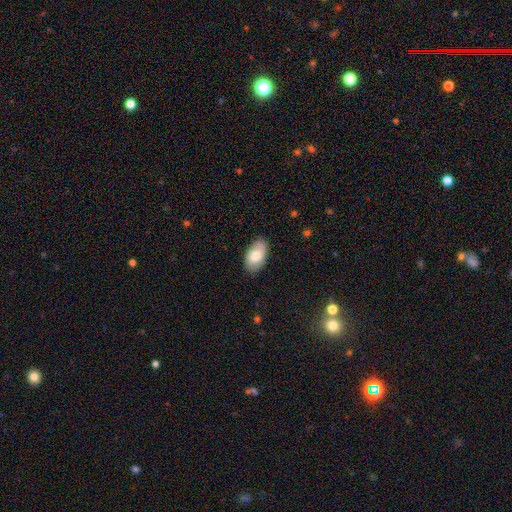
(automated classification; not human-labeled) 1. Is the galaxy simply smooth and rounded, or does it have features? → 76% smooth, 17% featured or disk, 6% star or artifact.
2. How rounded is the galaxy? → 94% in between, 5% round, 1% cigar-shaped.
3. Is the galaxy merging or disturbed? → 80% none, 16% minor disturbance, 3% major disturbance, 1% merger.